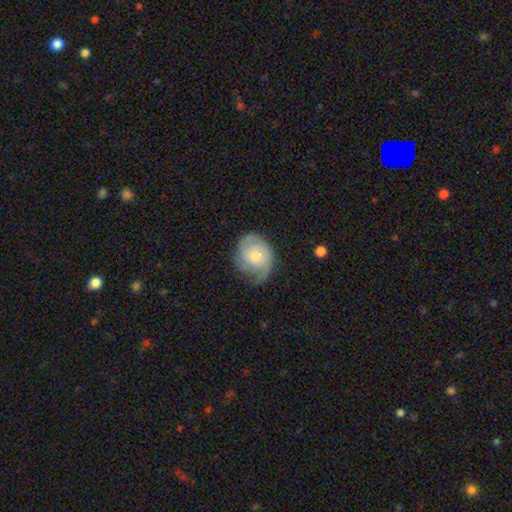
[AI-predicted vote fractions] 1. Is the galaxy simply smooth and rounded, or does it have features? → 56% featured or disk, 38% smooth, 6% star or artifact.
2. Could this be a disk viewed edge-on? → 97% no, 3% yes.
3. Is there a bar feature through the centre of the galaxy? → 74% no, 23% weak, 3% strong.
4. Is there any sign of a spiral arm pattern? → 84% yes, 16% no.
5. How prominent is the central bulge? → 46% small, 37% moderate, 8% large, 7% none, 2% dominant.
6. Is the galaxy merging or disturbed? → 47% none, 33% minor disturbance, 19% major disturbance, 2% merger.